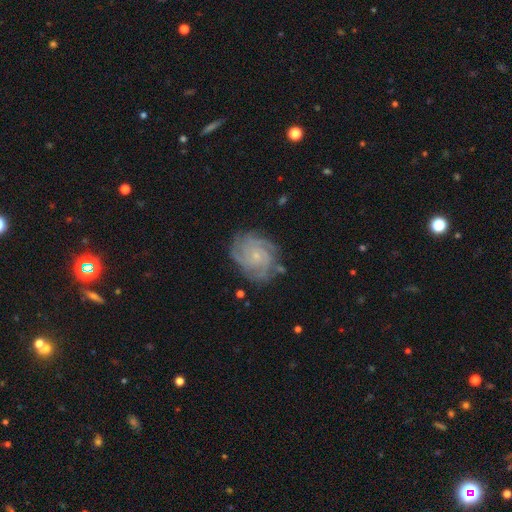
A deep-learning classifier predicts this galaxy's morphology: smooth_or_featured: featured or disk (p=0.86) [alt: smooth p=0.08]
disk_edge_on: no (p=0.98) [alt: yes p=0.02]
bar: no (p=0.75) [alt: weak p=0.21]
has_spiral_arms: yes (p=0.98) [alt: no p=0.02]
spiral_winding: tight (p=0.69) [alt: medium p=0.26]
spiral_arm_count: 4 (p=0.32) [alt: 3 p=0.24]
bulge_size: small (p=0.80) [alt: moderate p=0.14]
merging: none (p=0.77) [alt: minor disturbance p=0.16]